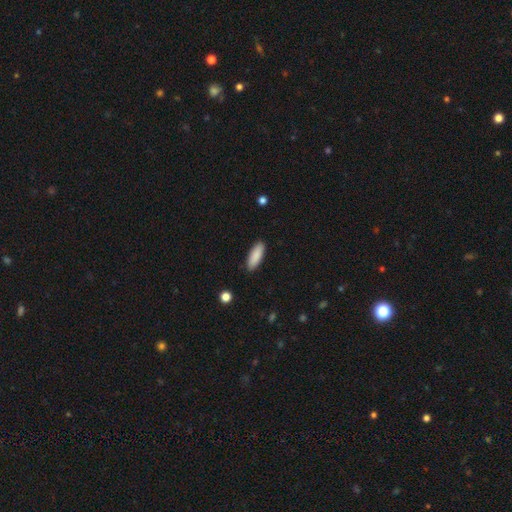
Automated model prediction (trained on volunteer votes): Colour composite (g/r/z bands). It shows a smooth galaxy with no disk features (89%) that is in between round and cigar-shaped (59%). Merging: none (89%).